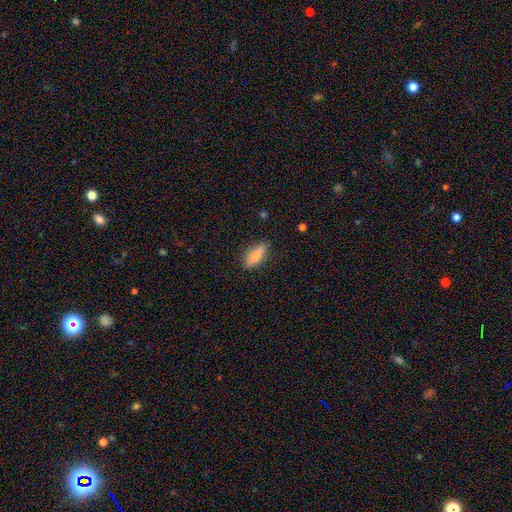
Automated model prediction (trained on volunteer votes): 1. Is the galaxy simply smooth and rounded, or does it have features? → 76% smooth, 17% featured or disk, 7% star or artifact.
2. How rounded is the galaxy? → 58% in between, 39% cigar-shaped, 3% round.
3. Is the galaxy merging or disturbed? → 80% none, 16% minor disturbance, 4% major disturbance, 1% merger.